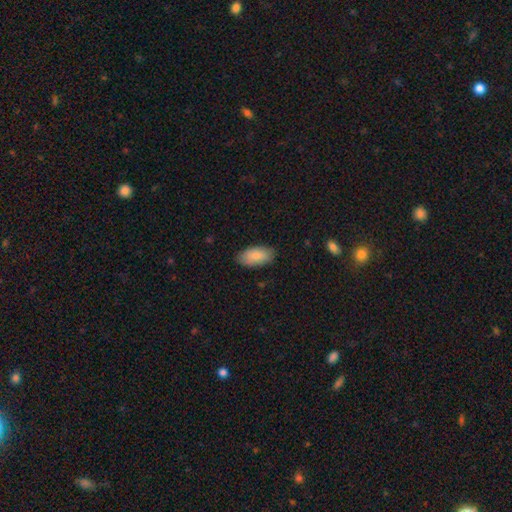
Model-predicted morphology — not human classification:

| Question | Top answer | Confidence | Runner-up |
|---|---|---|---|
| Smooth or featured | smooth | 85% | featured or disk (9%) |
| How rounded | in between | 93% | cigar-shaped (4%) |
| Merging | none | 84% | minor disturbance (13%) |